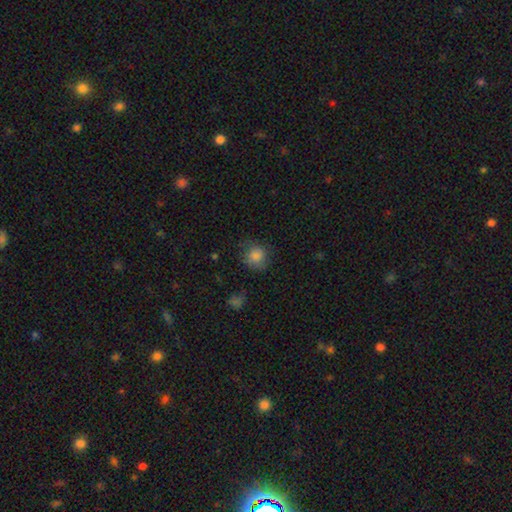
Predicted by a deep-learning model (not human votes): This is clearly a smooth galaxy (83%). How rounded: clearly round (86%). Merging: likely none (72%).